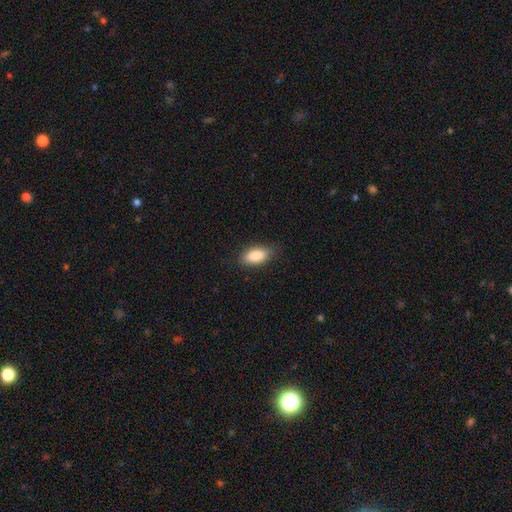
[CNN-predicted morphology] smooth 85%, featured or disk 8%, star or artifact 7%. Down the decision tree: how rounded — in between (87%); merging — none (82%).